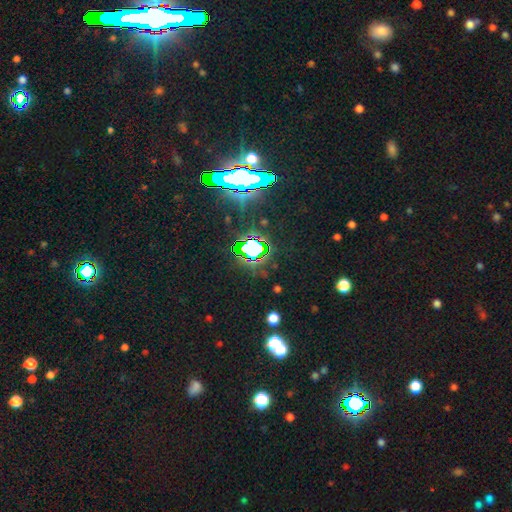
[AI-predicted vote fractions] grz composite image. It shows a star or artifact, not a galaxy (83%).